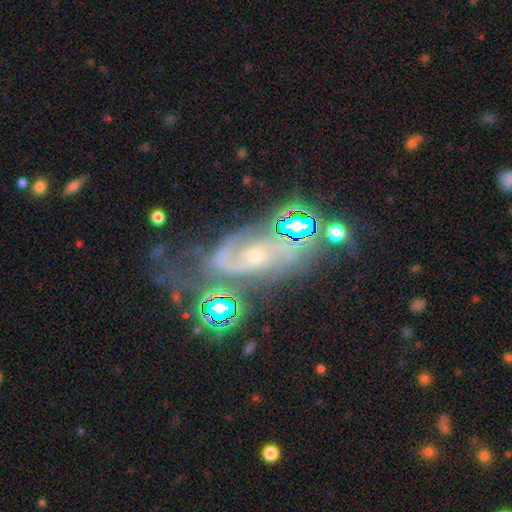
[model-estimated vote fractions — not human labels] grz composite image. It shows a featured or disk galaxy (76%) with no bar (61%), 2 (55%) tight (44%) spiral arms (91%) and a small central bulge (66%). Merging: none (50%).